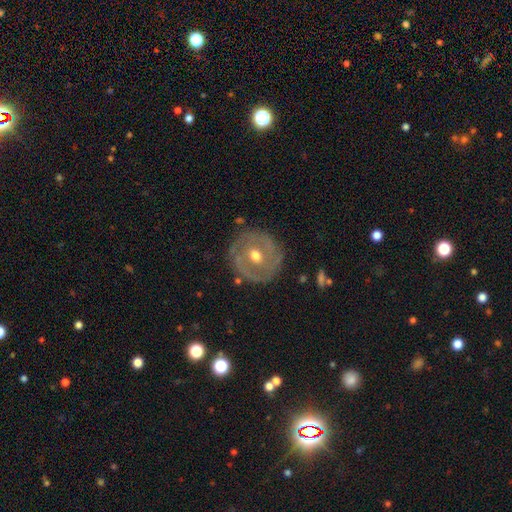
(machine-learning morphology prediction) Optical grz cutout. It shows a featured or disk galaxy (72%) with no bar (52%), spiral arms (65%) and a moderate central bulge (79%). Merging: none (82%).